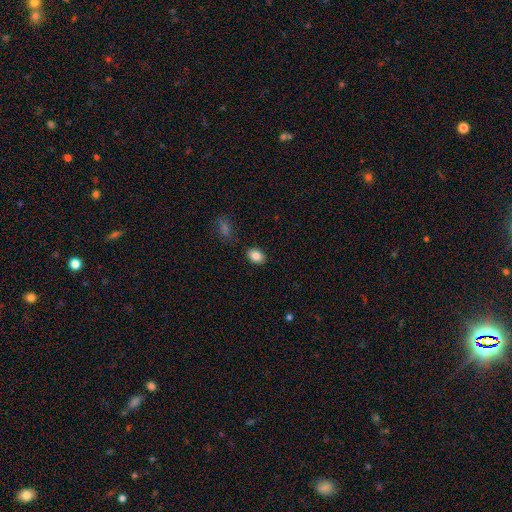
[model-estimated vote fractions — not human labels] This is clearly a smooth galaxy (85%). How rounded: likely in between (80%). Merging: clearly none (87%).